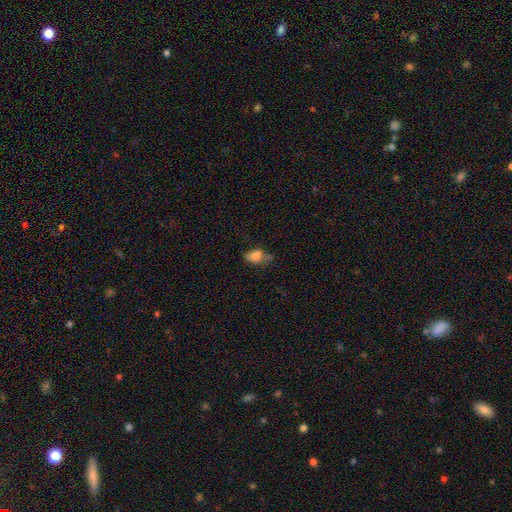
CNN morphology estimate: This is likely a smooth galaxy (73%). How rounded: clearly in between (82%). Merging: marginally none (39%).